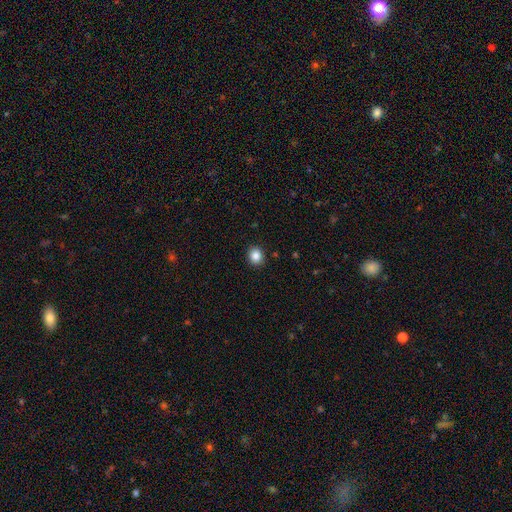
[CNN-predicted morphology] smooth_or_featured: smooth (p=0.87) [alt: star or artifact p=0.10]
how_rounded: round (p=0.76) [alt: in between p=0.23]
merging: none (p=0.91) [alt: minor disturbance p=0.06]